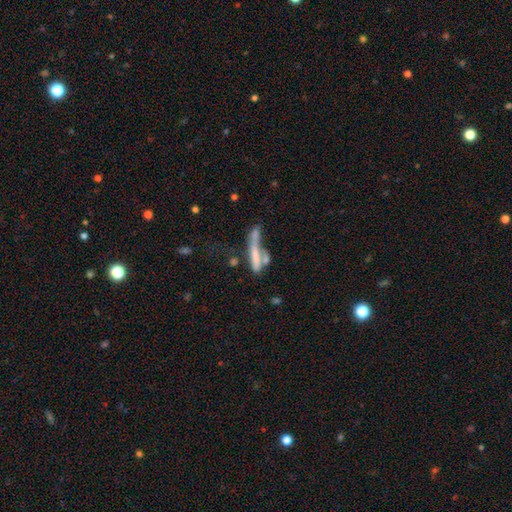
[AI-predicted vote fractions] smooth_or_featured: smooth (p=0.53) [alt: featured or disk p=0.37]
how_rounded: cigar-shaped (p=0.78) [alt: in between p=0.19]
merging: merger (p=0.44) [alt: none p=0.23]